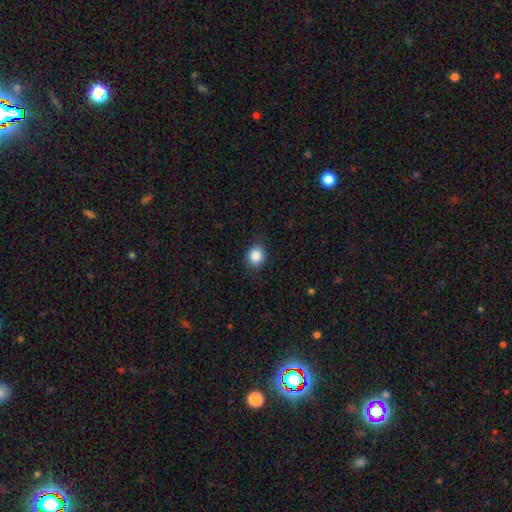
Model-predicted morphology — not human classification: Smooth or featured? smooth (86%)
How rounded? round (71%)
Merging? none (85%)